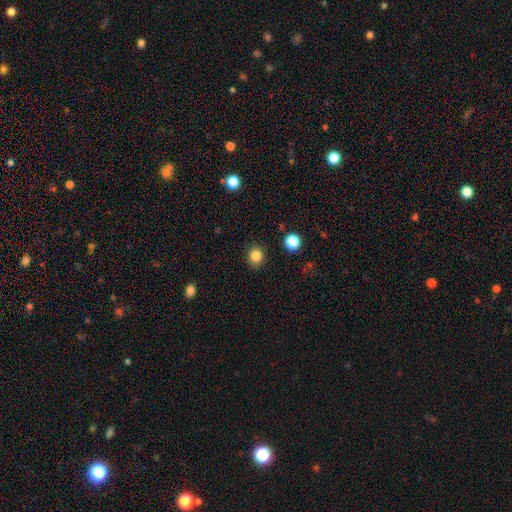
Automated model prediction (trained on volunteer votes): Q: Smooth or featured?
A: smooth (85%); runner-up: star or artifact (11%)
Q: How rounded?
A: round (78%); runner-up: in between (21%)
Q: Merging?
A: none (88%); runner-up: minor disturbance (8%)